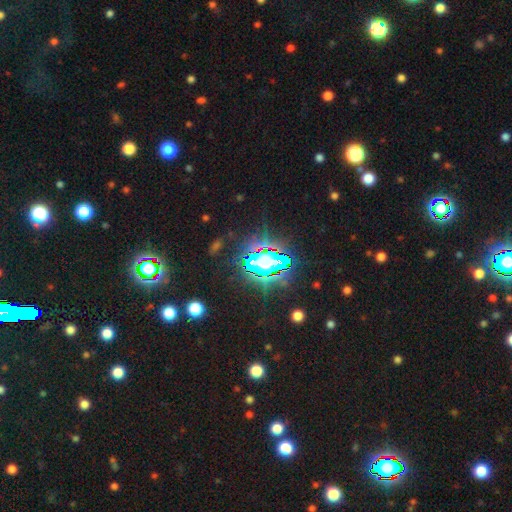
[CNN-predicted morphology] This is possibly a star or artifact rather than a galaxy (59%).